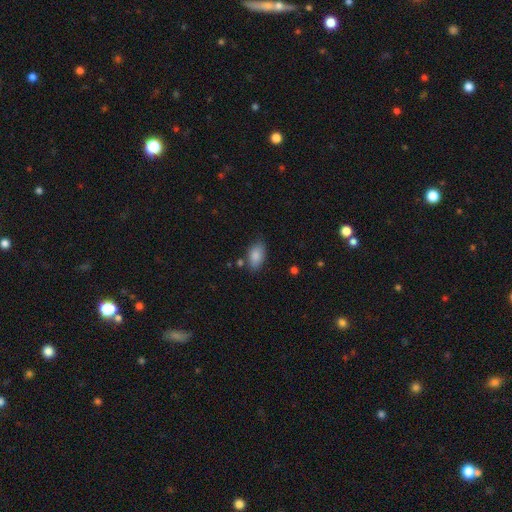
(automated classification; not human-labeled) Smooth or featured? smooth (87%)
How rounded? in between (93%)
Merging? none (77%)